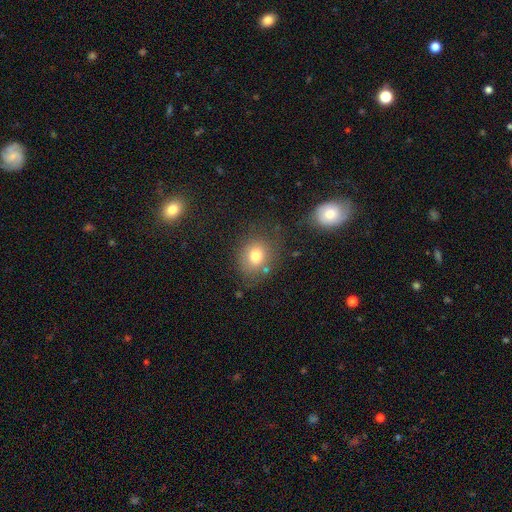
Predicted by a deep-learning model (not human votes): Overall: smooth (77%). How rounded: round (67%; in between 32%). Merging: none (71%).